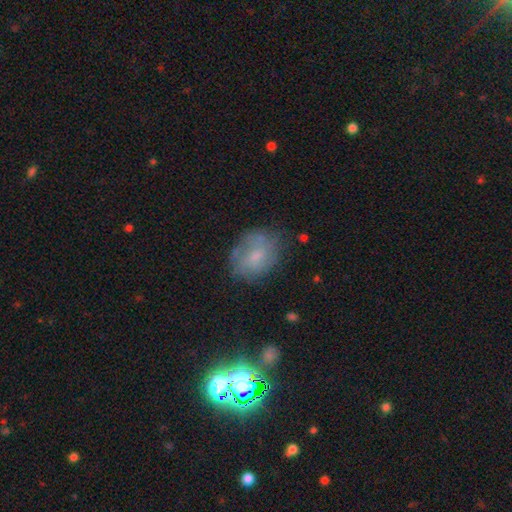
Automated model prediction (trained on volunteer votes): smooth 56%, featured or disk 32%, star or artifact 12%. Down the decision tree: how rounded — in between (59%); merging — none (64%).